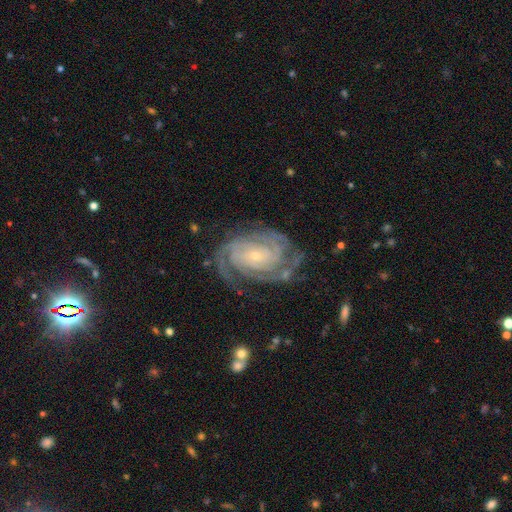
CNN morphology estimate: Smooth or featured: featured or disk — 90% (star or artifact — 5%)
Edge-on disk: no — 97% (yes — 3%)
Bar: no — 64% (weak — 25%)
Spiral arms: yes — 98% (no — 2%)
Spiral winding: tight — 70% (medium — 25%)
Spiral arm count: 2 — 28% (3 — 26%)
Bulge size: small — 81% (moderate — 15%)
Merging: none — 70% (minor disturbance — 18%)